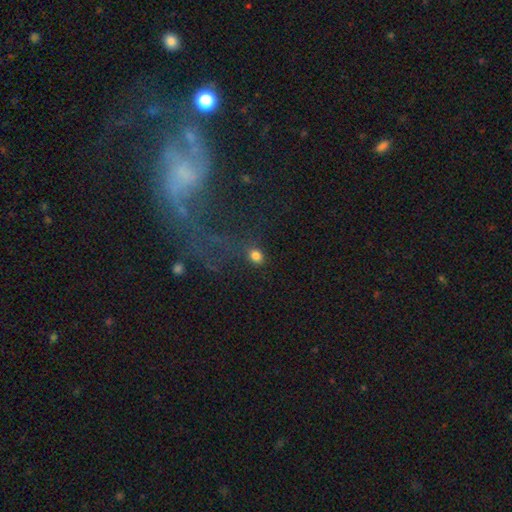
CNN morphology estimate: The model was most divided on "how rounded": round: 50%, in between: 48%, cigar-shaped: 2%. More confident: smooth or featured — smooth (81%); merging — none (77%).